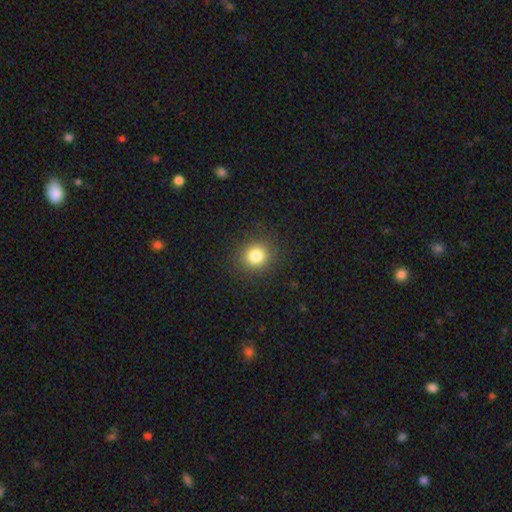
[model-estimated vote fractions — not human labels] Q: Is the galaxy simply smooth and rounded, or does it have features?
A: smooth — 82%.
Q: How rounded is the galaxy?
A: round — 88%.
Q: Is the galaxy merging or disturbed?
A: none — 89%.